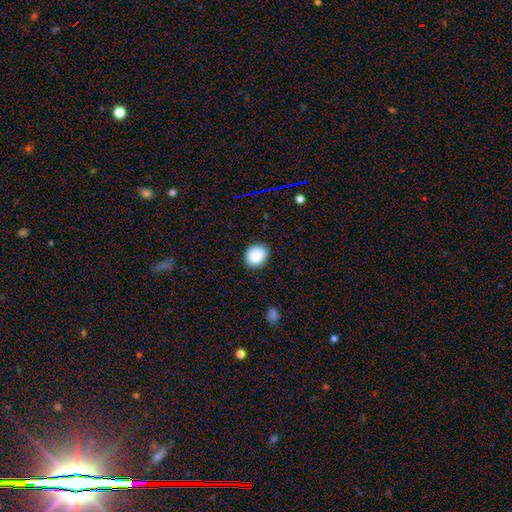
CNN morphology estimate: Overall: smooth (87%). How rounded: round (69%; in between 30%). Merging: none (84%).